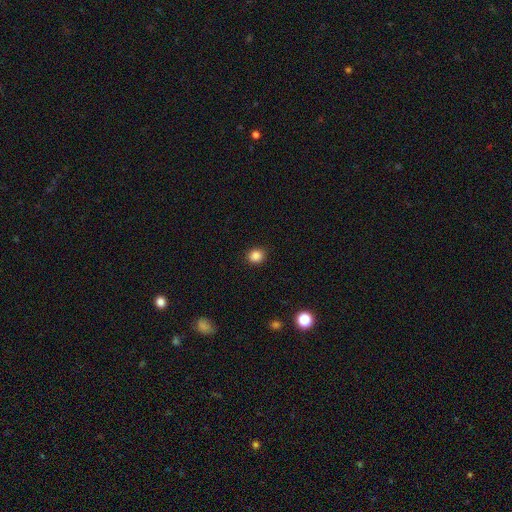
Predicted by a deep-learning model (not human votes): A smooth galaxy with no disk features (86%) that is round (82%).

Vote fractions:
- Smooth or featured? smooth: 86% / star or artifact: 11% / featured or disk: 3%
- How rounded? round: 82% / in between: 17% / cigar-shaped: 1%
- Merging? none: 90% / minor disturbance: 7% / major disturbance: 2% / merger: 1%